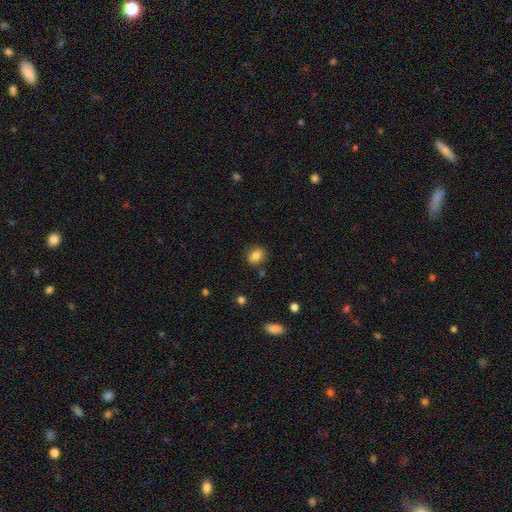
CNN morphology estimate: The model was most divided on "how rounded": round: 59%, in between: 40%, cigar-shaped: 1%. More confident: merging — none (83%); smooth or featured — smooth (83%).